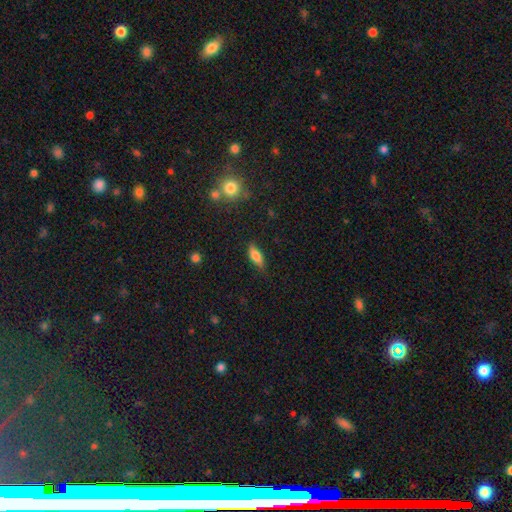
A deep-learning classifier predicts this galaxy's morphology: smooth-or-featured: smooth: 75% | featured or disk: 18% | star or artifact: 8%
  how-rounded: in between: 68% | cigar-shaped: 29% | round: 3%
  merging: none: 78% | minor disturbance: 17% | major disturbance: 3% | merger: 2%